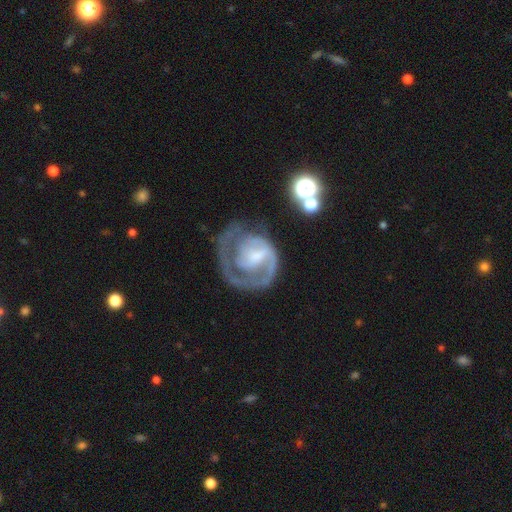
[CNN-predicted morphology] Smooth or featured: featured or disk — 79% (smooth — 15%)
Edge-on disk: no — 98% (yes — 2%)
Bar: weak — 45% (no — 40%)
Spiral arms: yes — 87% (no — 13%)
Spiral winding: tight — 51% (medium — 34%)
Spiral arm count: 1 — 62% (2 — 19%)
Bulge size: small — 40% (moderate — 32%)
Merging: none — 42% (major disturbance — 34%)